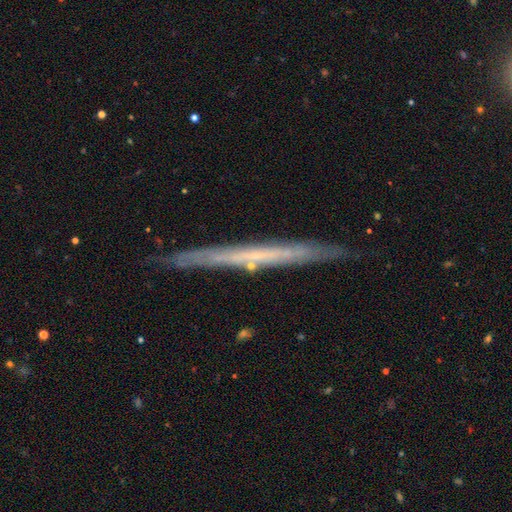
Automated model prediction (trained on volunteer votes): featured or disk 64%, smooth 29%, star or artifact 7%. Down the decision tree: edge-on disk — yes (95%); edge-on bulge — none (89%); merging — none (88%).